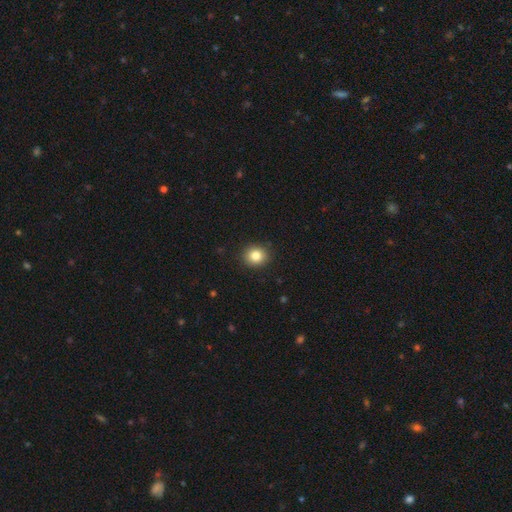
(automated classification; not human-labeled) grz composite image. It shows a smooth galaxy with no disk features (83%) that is round (79%). Merging: none (90%).